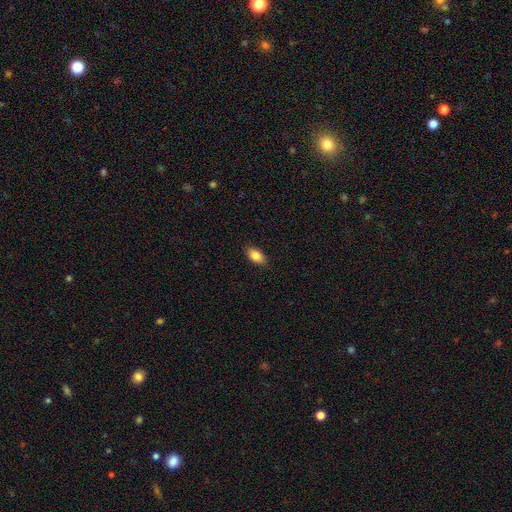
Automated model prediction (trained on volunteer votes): This is clearly a smooth galaxy (86%). How rounded: clearly in between (91%). Merging: clearly none (87%).